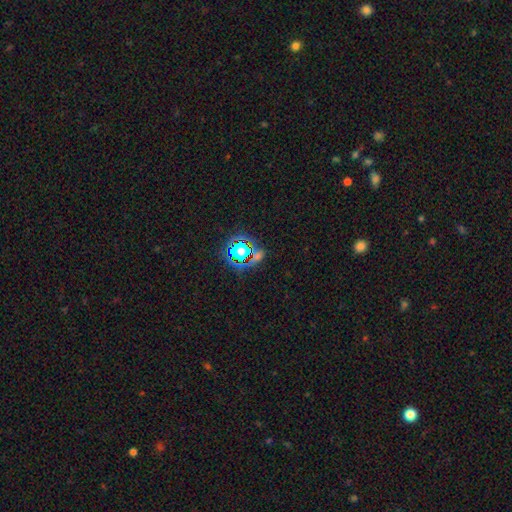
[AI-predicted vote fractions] Smooth or featured?
  - star or artifact: 71% *
  - smooth: 20%
  - featured or disk: 9%